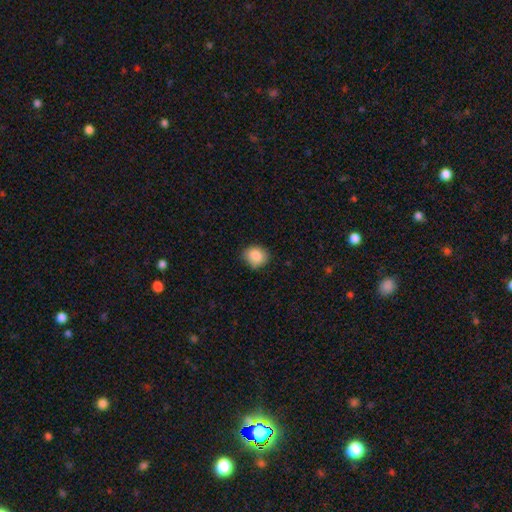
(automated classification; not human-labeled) A smooth galaxy with no disk features (86%) that is round (72%). Merging: none (75%).